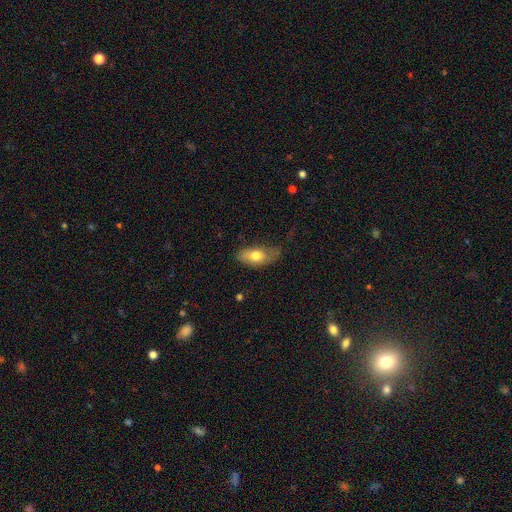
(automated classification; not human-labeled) Q: Smooth or featured?
A: smooth (71%); runner-up: featured or disk (22%)
Q: How rounded?
A: in between (87%); runner-up: cigar-shaped (9%)
Q: Merging?
A: none (55%); runner-up: minor disturbance (32%)